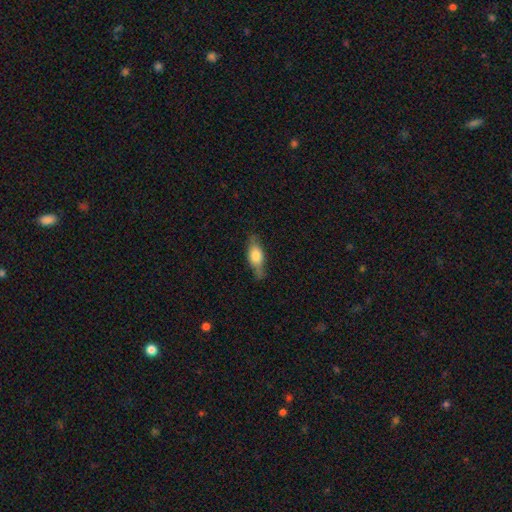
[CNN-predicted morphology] This appears to be a smooth galaxy with no disk features (59%) that is in between round and cigar-shaped (70%). Merging: none (72%).